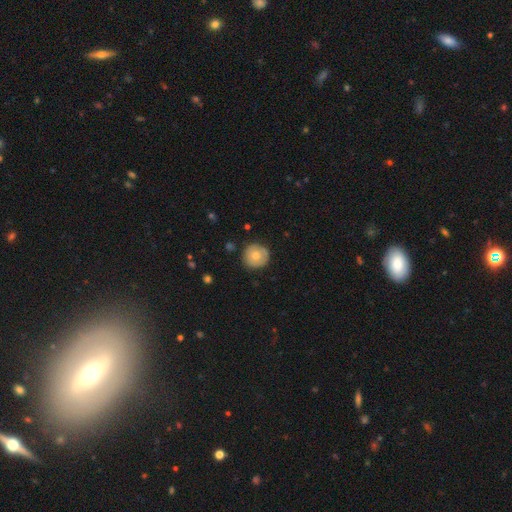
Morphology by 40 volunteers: This appears to be a smooth galaxy with no disk features (65%) that is round (96%). Merging: none (83%).